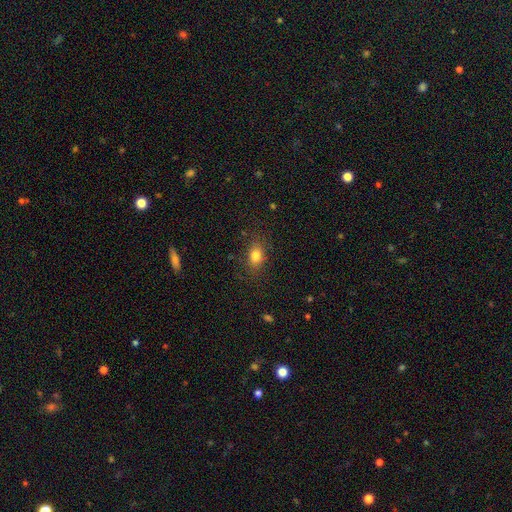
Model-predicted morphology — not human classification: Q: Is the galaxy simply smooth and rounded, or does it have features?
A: smooth — 81%.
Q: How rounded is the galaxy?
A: in between — 76%.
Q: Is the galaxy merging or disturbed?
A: none — 81%.